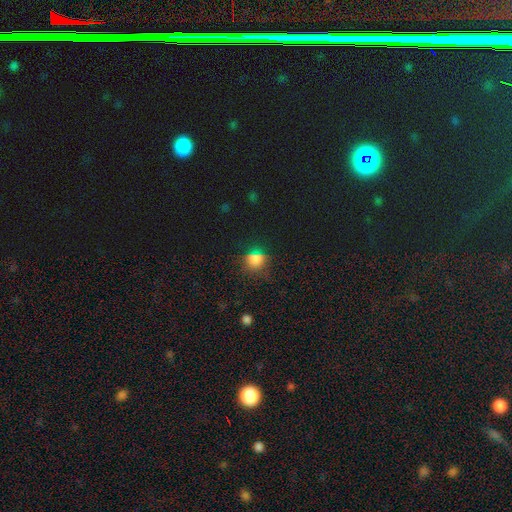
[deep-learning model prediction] The model was most divided on "smooth or featured": smooth: 70%, star or artifact: 25%, featured or disk: 5%. More confident: how rounded — round (82%); merging — none (78%).